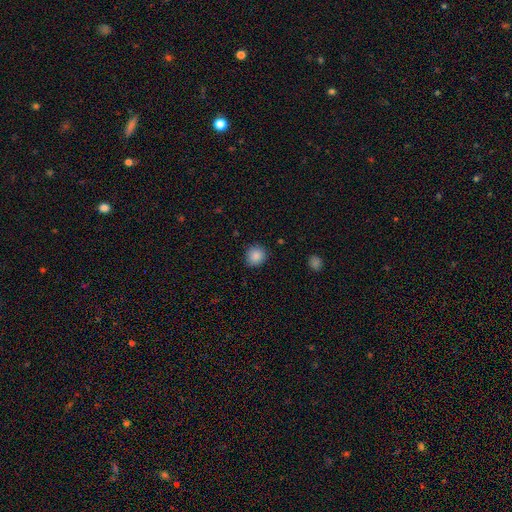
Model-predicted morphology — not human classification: This appears to be a smooth galaxy with no disk features (87%) that is round (85%). Merging: none (87%).